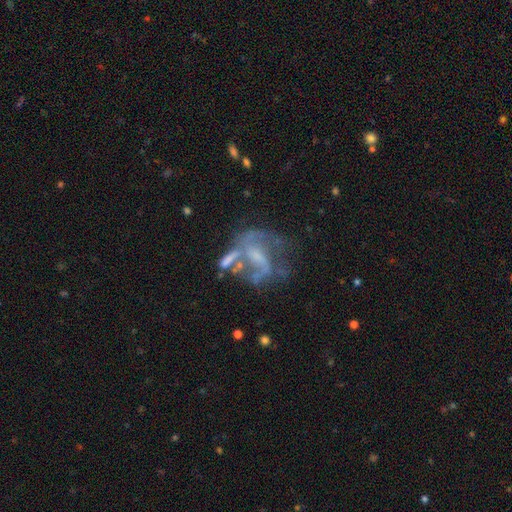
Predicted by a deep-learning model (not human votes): Q: Smooth or featured?
A: featured or disk (72%); runner-up: star or artifact (14%)
Q: Edge-on disk?
A: no (97%); runner-up: yes (3%)
Q: Bar?
A: no (43%); runner-up: weak (38%)
Q: Spiral arms?
A: yes (62%); runner-up: no (38%)
Q: Bulge size?
A: small (37%); runner-up: none (36%)
Q: Merging?
A: none (32%); runner-up: major disturbance (30%)